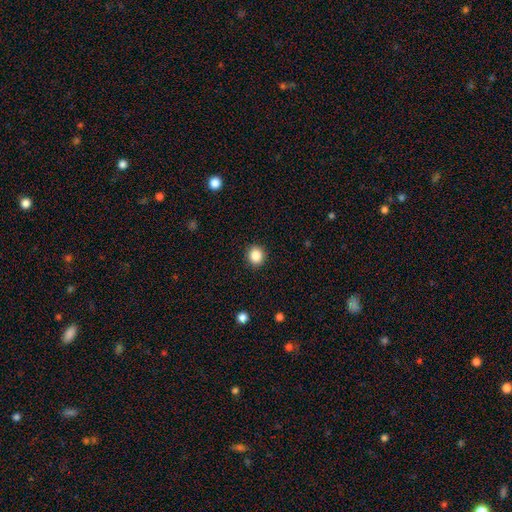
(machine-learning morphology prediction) Smooth or featured?
  - smooth: 86% *
  - star or artifact: 10%
  - featured or disk: 4%
How rounded?
  - round: 81% *
  - in between: 18%
  - cigar-shaped: 1%
Merging?
  - none: 91% *
  - minor disturbance: 6%
  - major disturbance: 2%
  - merger: 1%